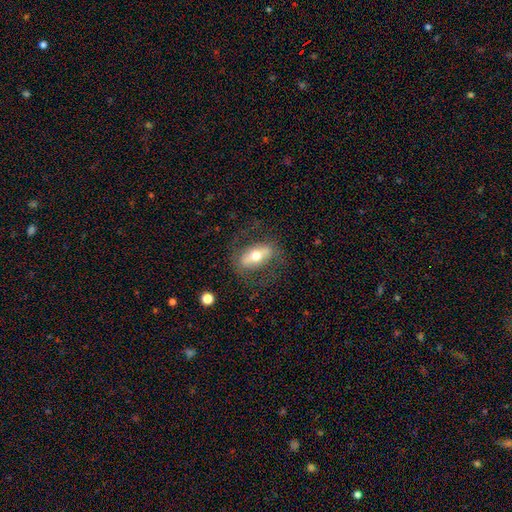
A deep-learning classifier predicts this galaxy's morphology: Q: Smooth or featured?
A: featured or disk (58%); runner-up: smooth (35%)
Q: Edge-on disk?
A: no (69%); runner-up: yes (31%)
Q: Merging?
A: none (73%); runner-up: minor disturbance (14%)